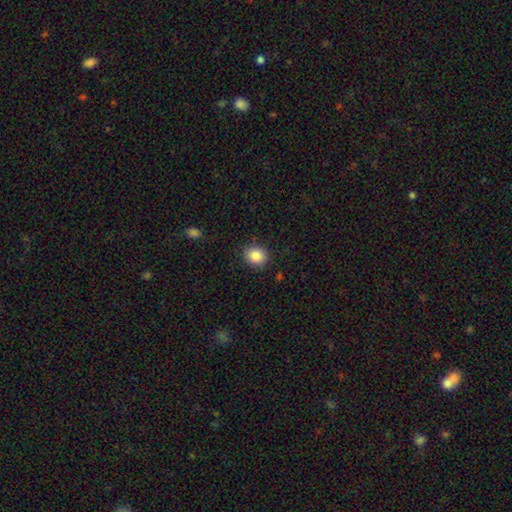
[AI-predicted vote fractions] Smooth or featured?
  - smooth: 86% *
  - star or artifact: 9%
  - featured or disk: 5%
How rounded?
  - round: 74% *
  - in between: 25%
  - cigar-shaped: 1%
Merging?
  - none: 88% *
  - minor disturbance: 9%
  - major disturbance: 2%
  - merger: 1%